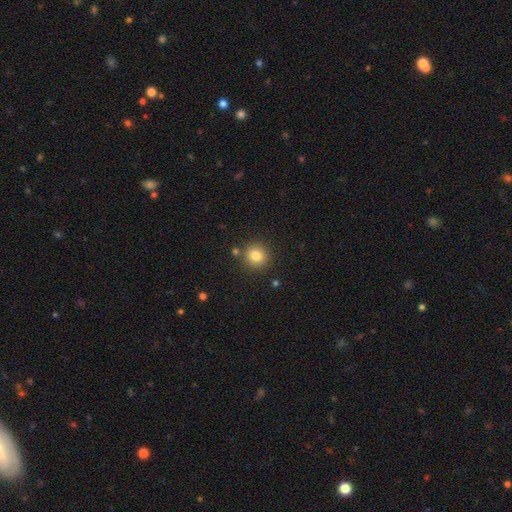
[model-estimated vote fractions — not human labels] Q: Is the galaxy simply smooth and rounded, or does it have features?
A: smooth — 82%.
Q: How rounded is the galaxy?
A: round — 90%.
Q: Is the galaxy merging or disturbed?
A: none — 86%.